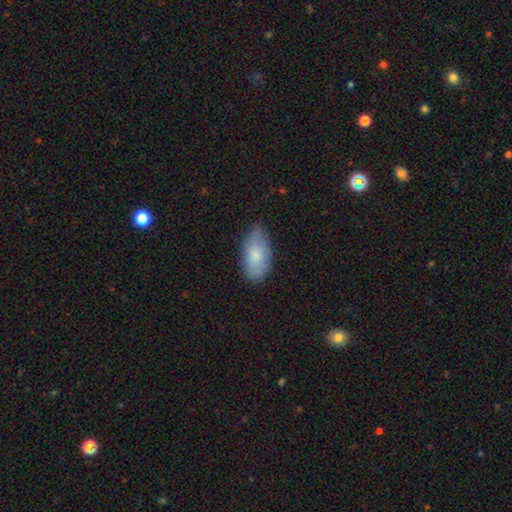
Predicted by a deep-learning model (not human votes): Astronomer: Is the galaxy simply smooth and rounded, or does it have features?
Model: smooth — 77%.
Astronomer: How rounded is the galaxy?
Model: in between — 93%.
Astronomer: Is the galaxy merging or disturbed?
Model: none — 64%.